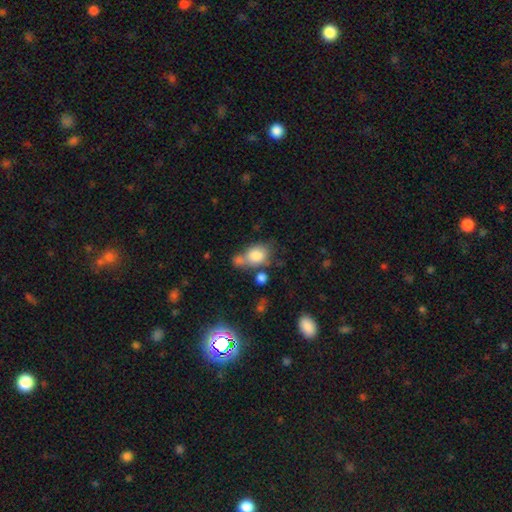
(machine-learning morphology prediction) This is likely a smooth galaxy (80%). How rounded: possibly in between (59%). Merging: marginally none (40%).